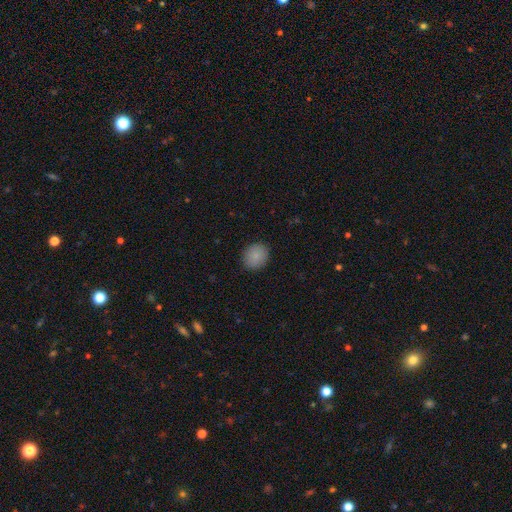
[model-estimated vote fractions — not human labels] Smooth or featured?
  - smooth: 87% *
  - star or artifact: 8%
  - featured or disk: 5%
How rounded?
  - round: 68% *
  - in between: 31%
  - cigar-shaped: 1%
Merging?
  - none: 88% *
  - minor disturbance: 9%
  - major disturbance: 2%
  - merger: 1%